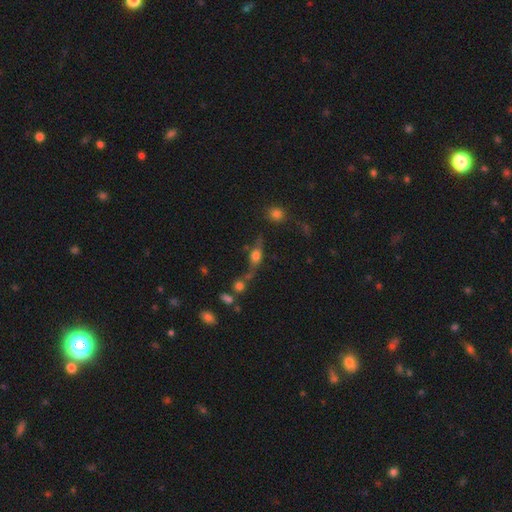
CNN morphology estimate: smooth_or_featured: smooth (p=0.48) [alt: featured or disk p=0.38]
merging: none (p=0.53) [alt: merger p=0.20]